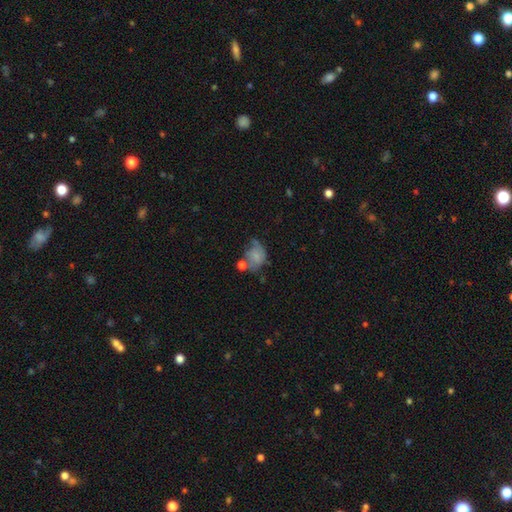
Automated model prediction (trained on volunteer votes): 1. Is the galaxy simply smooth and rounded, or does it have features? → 64% smooth, 25% featured or disk, 11% star or artifact.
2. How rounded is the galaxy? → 57% in between, 42% round, 1% cigar-shaped.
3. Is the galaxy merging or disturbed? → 29% none, 28% minor disturbance, 24% major disturbance, 18% merger.